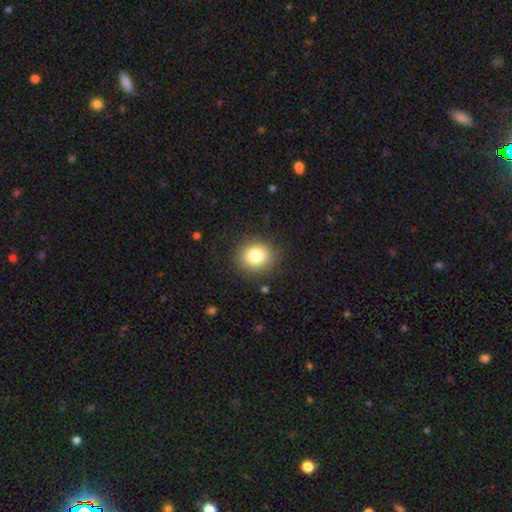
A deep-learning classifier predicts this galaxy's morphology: smooth-or-featured: smooth: 81% | star or artifact: 10% | featured or disk: 9%
  how-rounded: round: 73% | in between: 26% | cigar-shaped: 1%
  merging: none: 87% | minor disturbance: 9% | major disturbance: 3% | merger: 1%